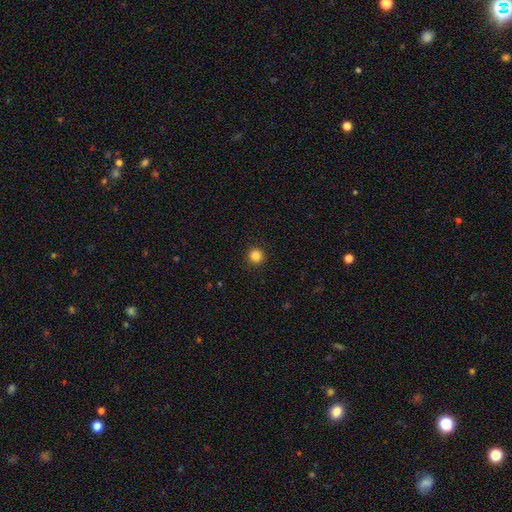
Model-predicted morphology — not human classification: Q: Smooth or featured?
A: smooth (85%); runner-up: star or artifact (12%)
Q: How rounded?
A: round (95%); runner-up: in between (4%)
Q: Merging?
A: none (93%); runner-up: minor disturbance (4%)